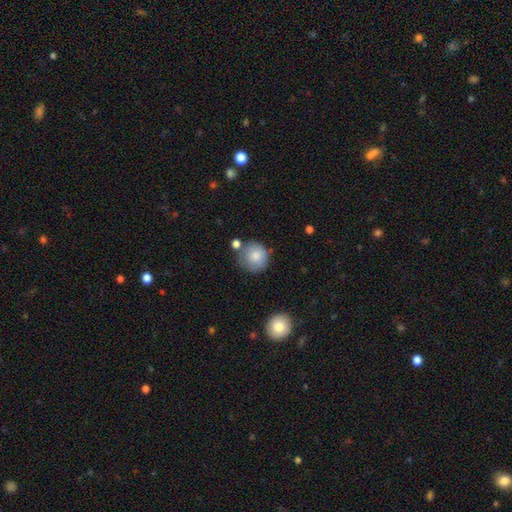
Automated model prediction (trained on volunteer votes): Smooth or featured?
  - smooth: 82% *
  - featured or disk: 10%
  - star or artifact: 8%
How rounded?
  - round: 91% *
  - in between: 8%
  - cigar-shaped: 1%
Merging?
  - none: 66% *
  - minor disturbance: 19%
  - merger: 10%
  - major disturbance: 5%